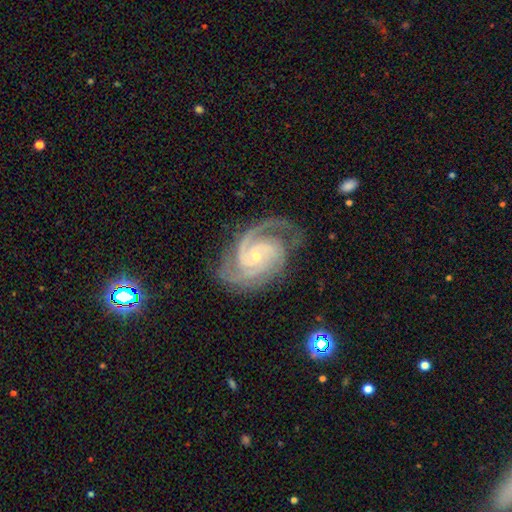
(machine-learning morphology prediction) Smooth or featured: featured or disk — 93% (star or artifact — 4%)
Edge-on disk: no — 98% (yes — 2%)
Bar: no — 65% (weak — 26%)
Spiral arms: yes — 99% (no — 1%)
Spiral winding: tight — 58% (medium — 38%)
Spiral arm count: 3 — 45% (2 — 31%)
Bulge size: small — 77% (moderate — 19%)
Merging: none — 74% (minor disturbance — 18%)